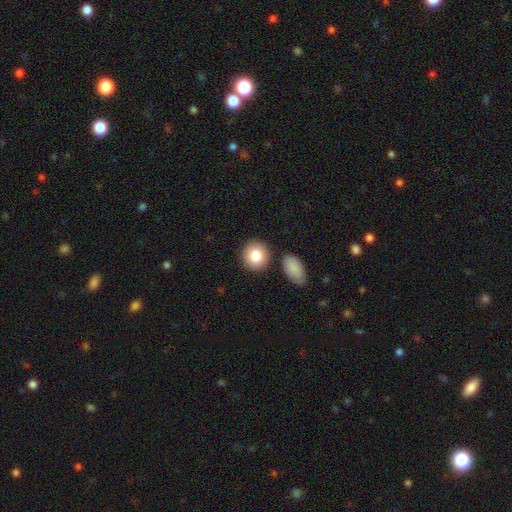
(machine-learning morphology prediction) Smooth or featured: smooth — 83% (featured or disk — 10%)
How rounded: round — 85% (in between — 14%)
Merging: none — 82% (minor disturbance — 8%)